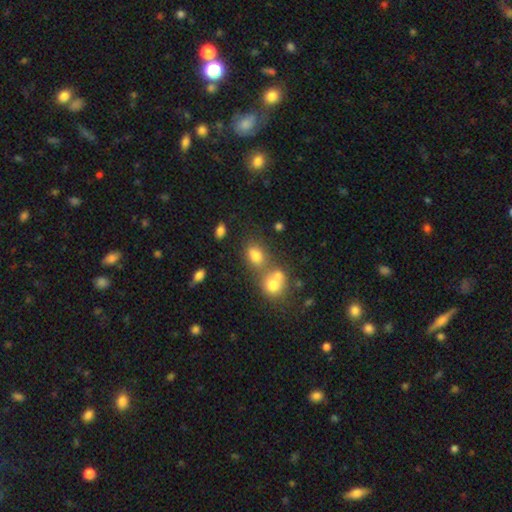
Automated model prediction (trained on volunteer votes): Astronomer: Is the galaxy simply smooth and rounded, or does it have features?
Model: smooth — 75%.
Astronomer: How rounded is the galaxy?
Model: in between — 67%.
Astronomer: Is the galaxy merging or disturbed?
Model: none — 46% (runner-up: merger, 35%).